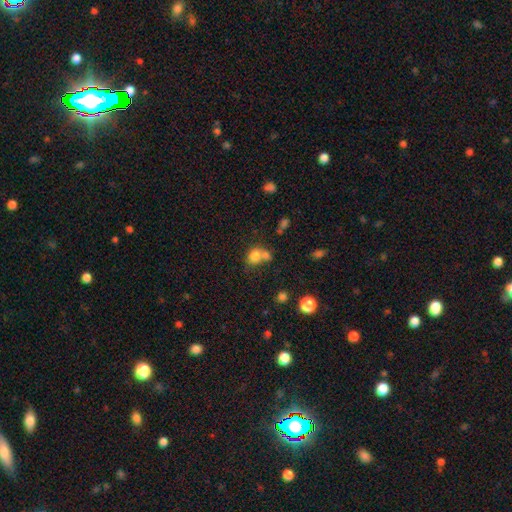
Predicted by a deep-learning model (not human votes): A smooth galaxy with no disk features (77%) that is round (56%). Merging: merger (51%).